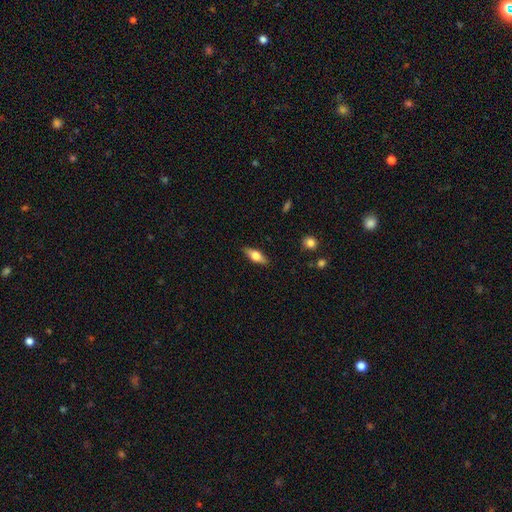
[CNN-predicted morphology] Q: Smooth or featured?
A: smooth (60%); runner-up: featured or disk (34%)
Q: How rounded?
A: in between (64%); runner-up: cigar-shaped (32%)
Q: Merging?
A: none (87%); runner-up: minor disturbance (10%)